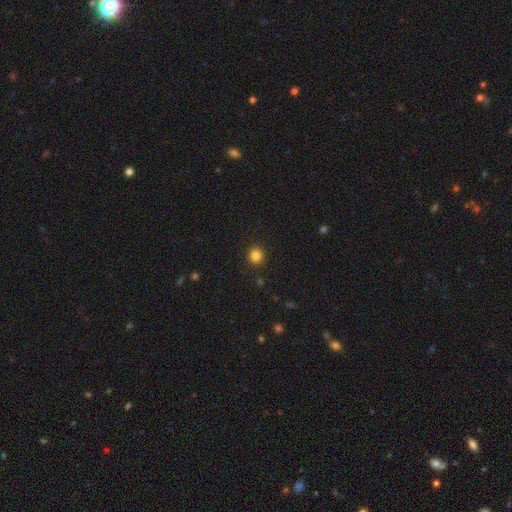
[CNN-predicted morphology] type=smooth (83%); roundness=round (90%); merging=none (92%).